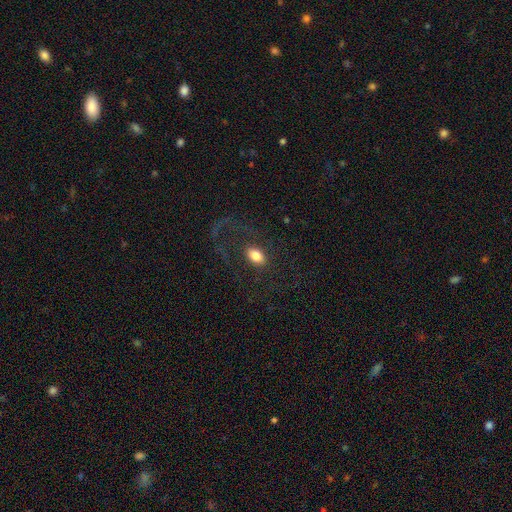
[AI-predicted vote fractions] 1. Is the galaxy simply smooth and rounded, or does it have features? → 72% smooth, 18% featured or disk, 10% star or artifact.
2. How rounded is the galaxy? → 86% in between, 13% round, 2% cigar-shaped.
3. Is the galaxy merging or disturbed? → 69% none, 19% major disturbance, 11% minor disturbance, 2% merger.